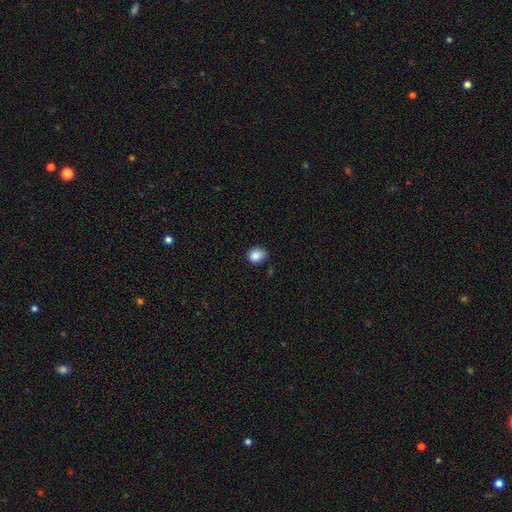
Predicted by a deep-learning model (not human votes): This appears to be a smooth galaxy with no disk features (86%) that is round (59%). Merging: none (73%).